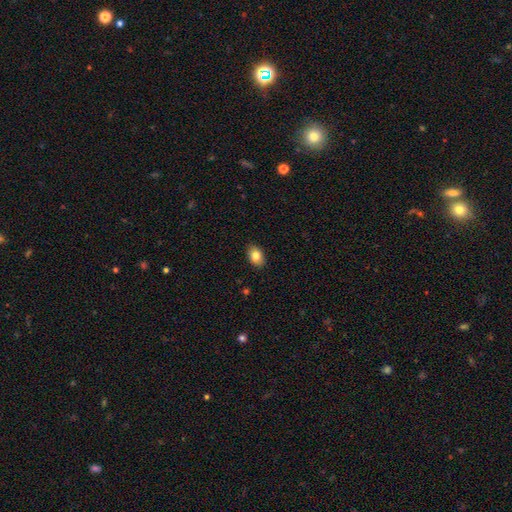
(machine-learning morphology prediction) The model was most divided on "how rounded": in between: 82%, round: 17%, cigar-shaped: 1%. More confident: merging — none (88%); smooth or featured — smooth (83%).